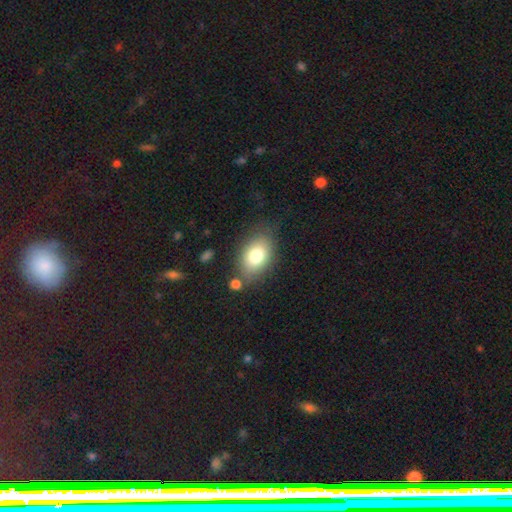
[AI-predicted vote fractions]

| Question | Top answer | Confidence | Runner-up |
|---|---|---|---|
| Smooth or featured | smooth | 77% | featured or disk (14%) |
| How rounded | in between | 85% | round (14%) |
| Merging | none | 71% | minor disturbance (16%) |